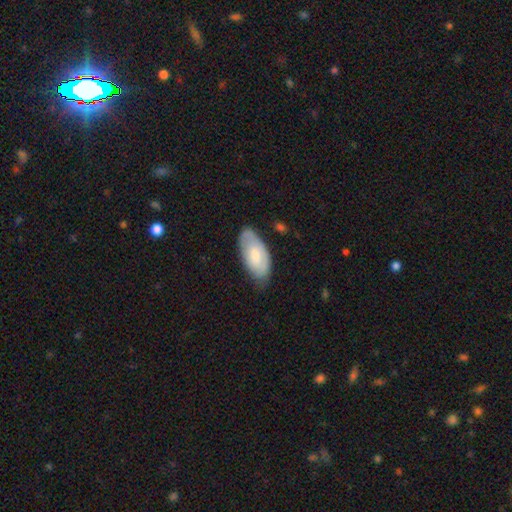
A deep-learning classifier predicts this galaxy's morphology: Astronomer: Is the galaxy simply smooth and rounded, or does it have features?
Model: smooth — 63%.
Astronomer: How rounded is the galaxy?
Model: in between — 92%.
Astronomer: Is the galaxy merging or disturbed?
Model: none — 64%.